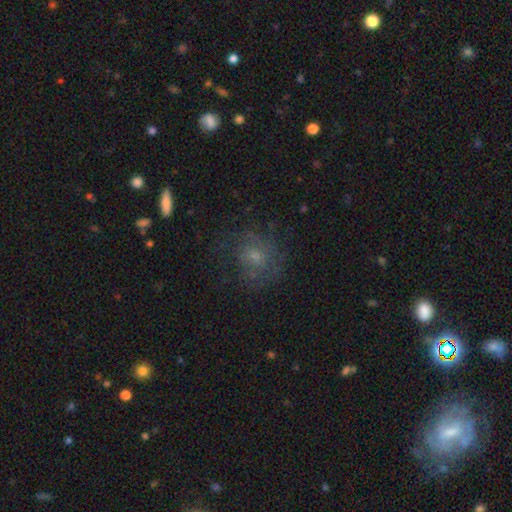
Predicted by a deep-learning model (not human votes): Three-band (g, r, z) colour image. It shows a smooth galaxy with no disk features (43%). Merging: none (63%).